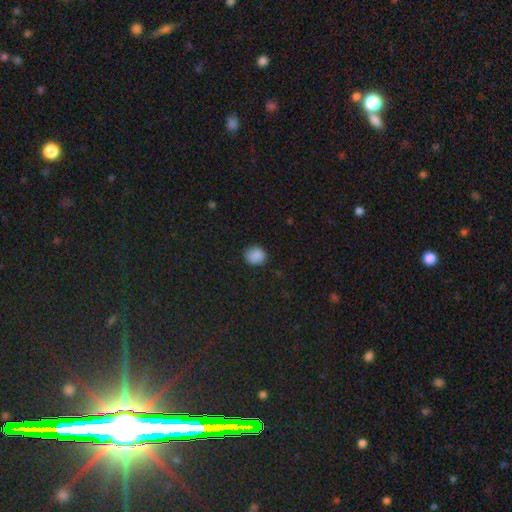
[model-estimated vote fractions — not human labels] A smooth galaxy with no disk features (87%) that is round (74%). Merging: none (86%).